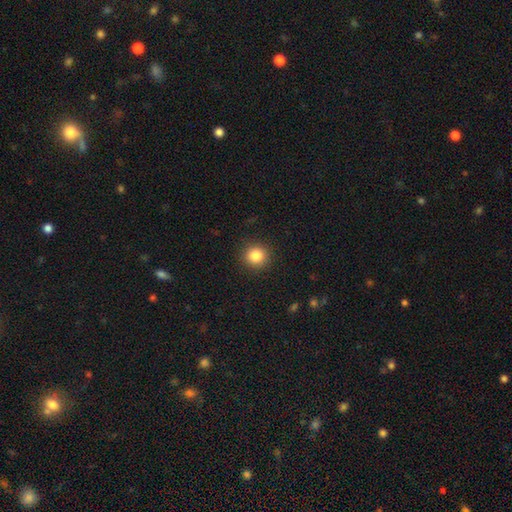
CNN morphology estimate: smooth-or-featured: smooth: 84% | star or artifact: 11% | featured or disk: 5%
  how-rounded: round: 92% | in between: 7% | cigar-shaped: 1%
  merging: none: 91% | minor disturbance: 6% | major disturbance: 2% | merger: 1%